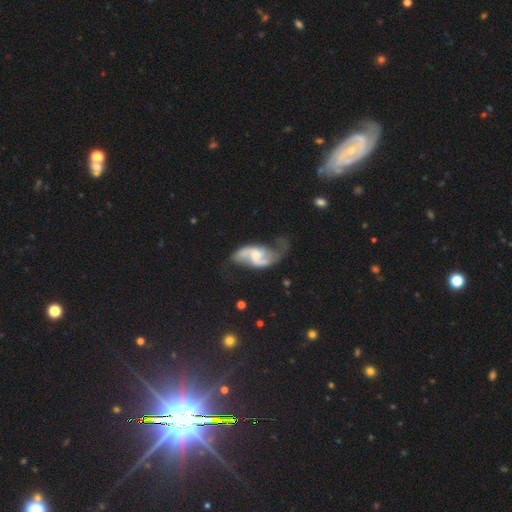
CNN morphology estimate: This appears to be a featured or disk galaxy (87%) with a weak bar (47%), 2 (89%) loose (56%) spiral arms (96%) and a small central bulge (45%). Merging: none (48%).